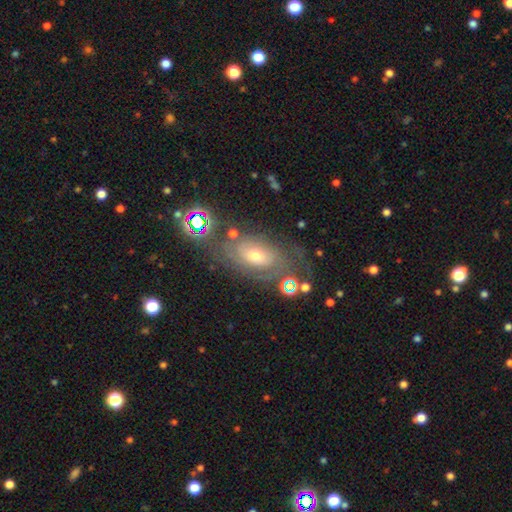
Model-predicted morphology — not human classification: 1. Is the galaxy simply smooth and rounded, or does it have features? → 64% featured or disk, 22% smooth, 14% star or artifact.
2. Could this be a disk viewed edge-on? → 92% no, 8% yes.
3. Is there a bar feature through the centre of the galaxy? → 73% no, 22% weak, 6% strong.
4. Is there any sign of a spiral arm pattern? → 78% yes, 22% no.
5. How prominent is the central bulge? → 60% moderate, 31% small, 6% large, 1% none, 1% dominant.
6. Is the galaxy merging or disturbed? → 60% none, 20% minor disturbance, 14% major disturbance, 6% merger.